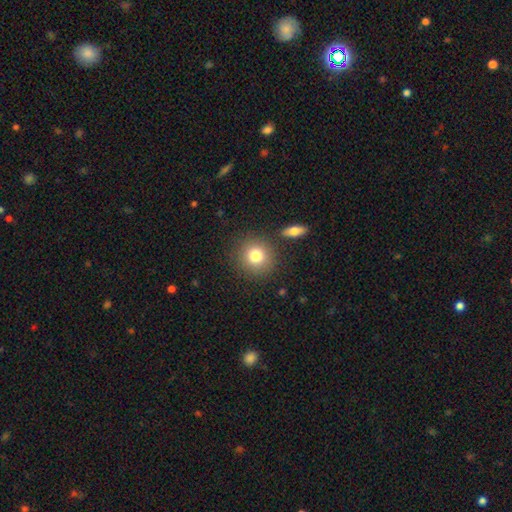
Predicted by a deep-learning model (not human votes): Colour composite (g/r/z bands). It shows a smooth galaxy with no disk features (80%) that is round (90%). Merging: none (84%).